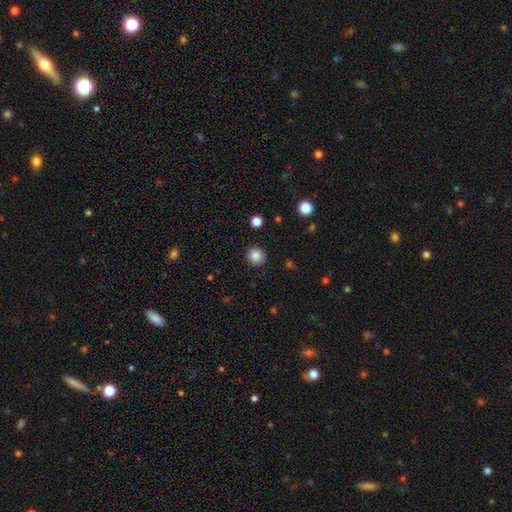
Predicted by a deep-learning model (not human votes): This appears to be a smooth galaxy with no disk features (86%) that is round (93%). Merging: none (89%).